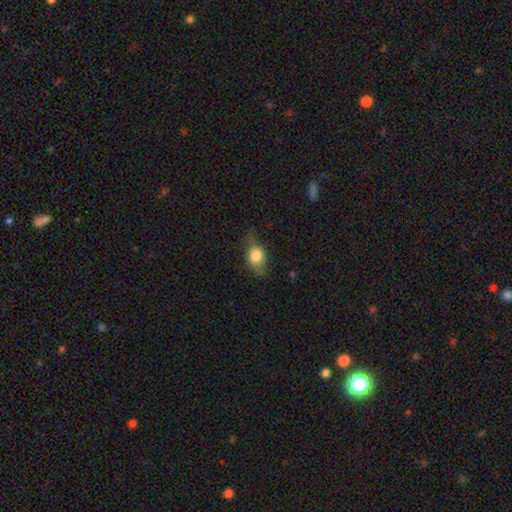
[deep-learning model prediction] smooth 77%, featured or disk 14%, star or artifact 8%. Down the decision tree: how rounded — in between (65%); merging — none (62%).